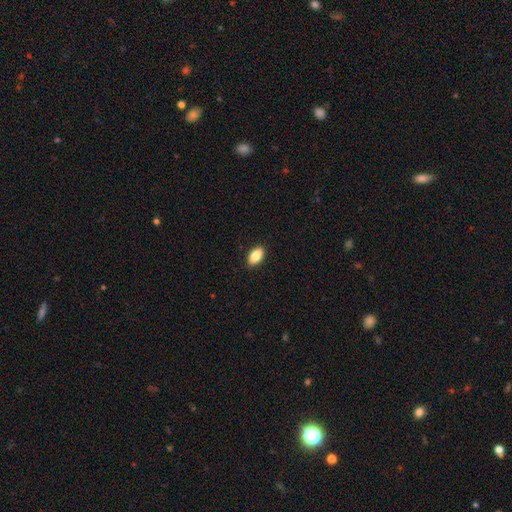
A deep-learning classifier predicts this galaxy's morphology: This appears to be a smooth galaxy with no disk features (85%) that is in between round and cigar-shaped (91%). Merging: none (90%).